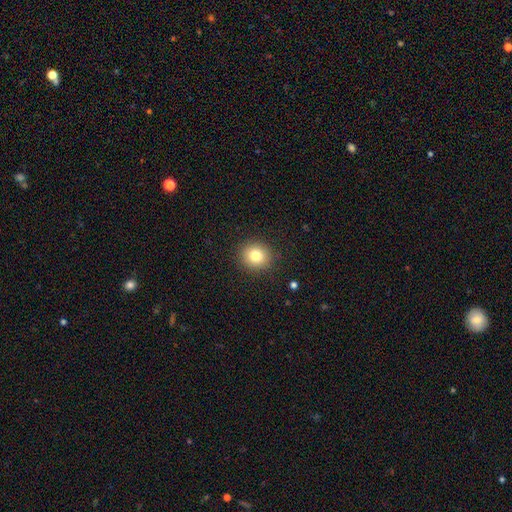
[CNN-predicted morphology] The model was most divided on "smooth or featured": smooth: 81%, star or artifact: 11%, featured or disk: 8%. More confident: merging — none (90%); how rounded — round (85%).